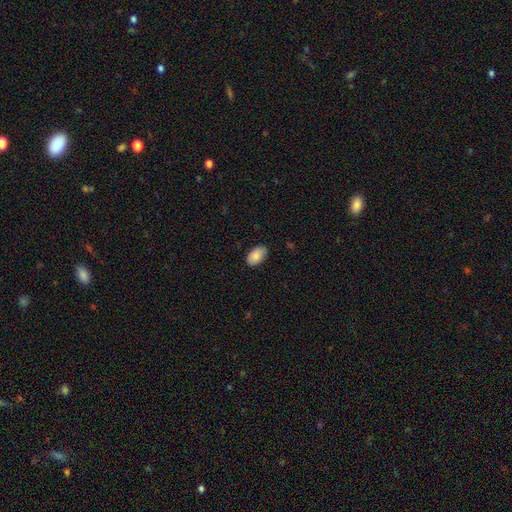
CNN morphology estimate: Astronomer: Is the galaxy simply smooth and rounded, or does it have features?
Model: smooth — 86%.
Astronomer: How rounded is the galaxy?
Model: in between — 94%.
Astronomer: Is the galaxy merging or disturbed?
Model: none — 85%.